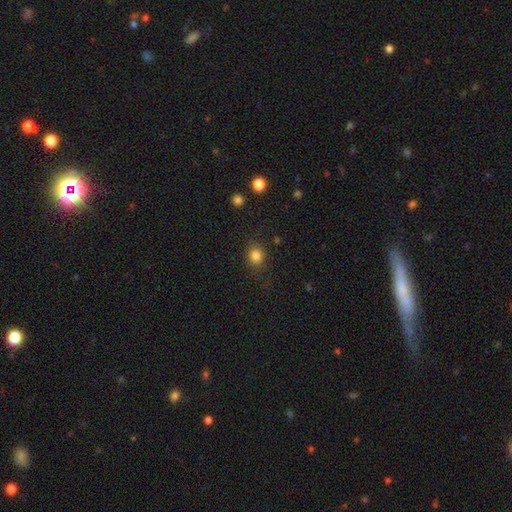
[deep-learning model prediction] Overall: smooth (83%). How rounded: round (74%). Merging: none (82%).